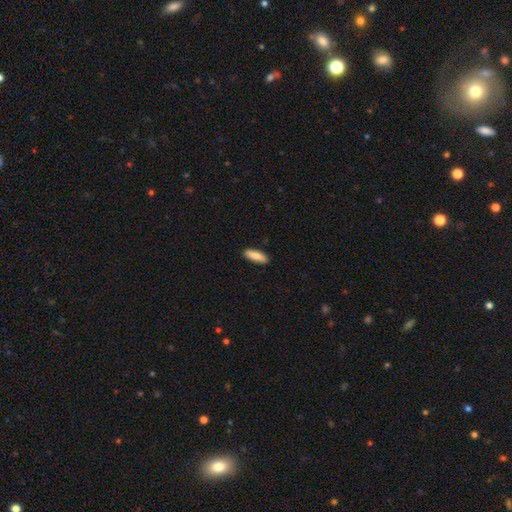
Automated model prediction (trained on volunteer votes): Q: Smooth or featured?
A: smooth (84%); runner-up: featured or disk (10%)
Q: How rounded?
A: in between (53%); runner-up: cigar-shaped (45%)
Q: Merging?
A: none (90%); runner-up: minor disturbance (7%)